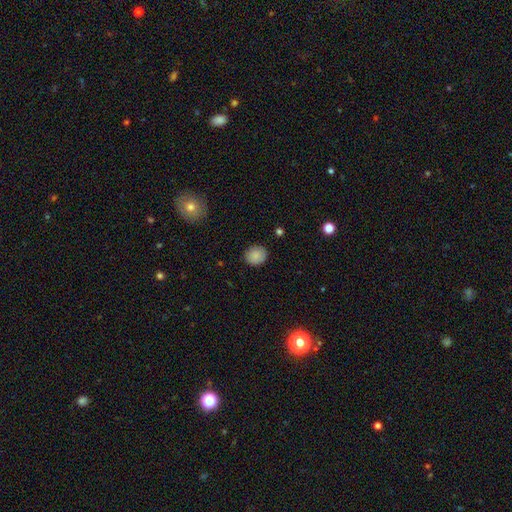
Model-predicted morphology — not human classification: smooth_or_featured: smooth (p=0.87) [alt: star or artifact p=0.09]
how_rounded: round (p=0.78) [alt: in between p=0.21]
merging: none (p=0.88) [alt: minor disturbance p=0.09]